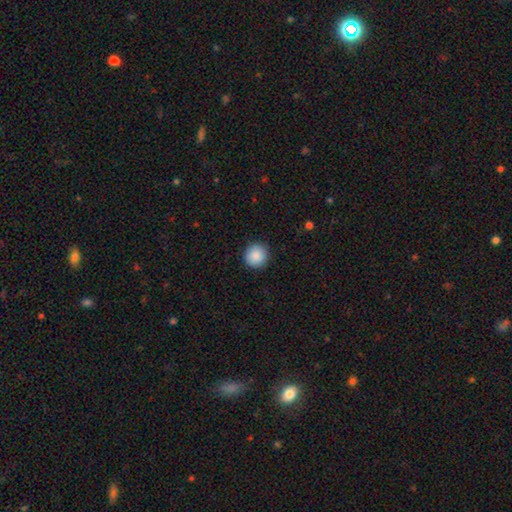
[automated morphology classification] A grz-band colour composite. It shows a smooth galaxy with no disk features (89%) that is round (96%). Merging: none (92%).